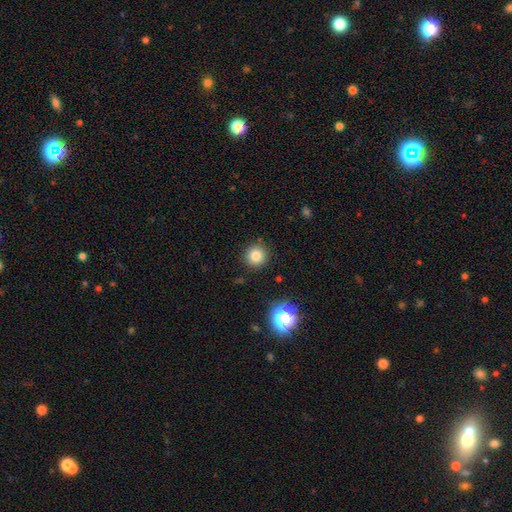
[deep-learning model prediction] Smooth or featured? Predicted: smooth (p=0.80). How rounded? Predicted: round (p=0.95). Merging? Predicted: none (p=0.91).